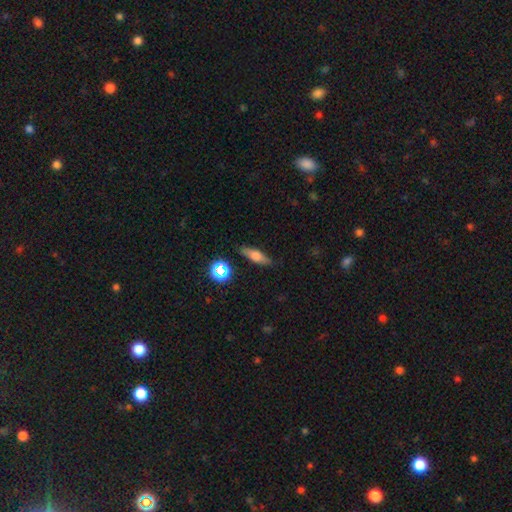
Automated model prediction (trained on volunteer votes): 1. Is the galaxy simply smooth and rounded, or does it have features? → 60% smooth, 28% featured or disk, 11% star or artifact.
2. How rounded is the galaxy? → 49% cigar-shaped, 46% in between, 5% round.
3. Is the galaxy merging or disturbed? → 85% none, 10% minor disturbance, 3% major disturbance, 2% merger.